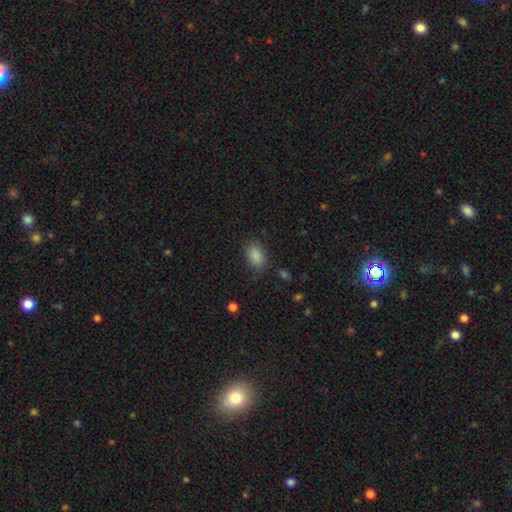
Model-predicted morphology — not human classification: Smooth or featured? smooth (86%)
How rounded? in between (79%)
Merging? none (75%)